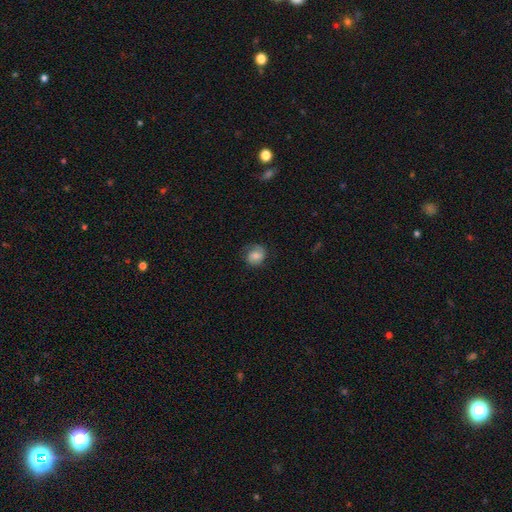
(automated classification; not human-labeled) Smooth or featured? smooth (55%)
How rounded? round (72%)
Merging? none (69%)